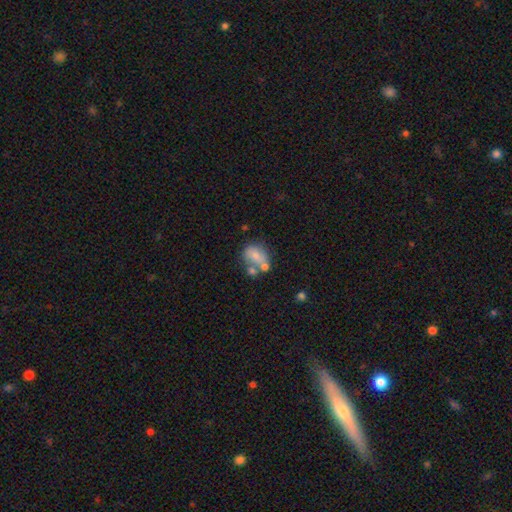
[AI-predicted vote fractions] smooth 62%, featured or disk 28%, star or artifact 10%. Down the decision tree: how rounded — in between (56%); merging — none (38%).